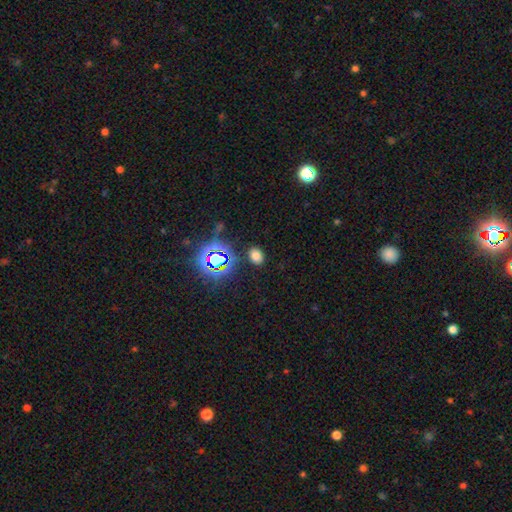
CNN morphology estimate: type=smooth (69%); roundness=in between (70%); merging=none (84%).